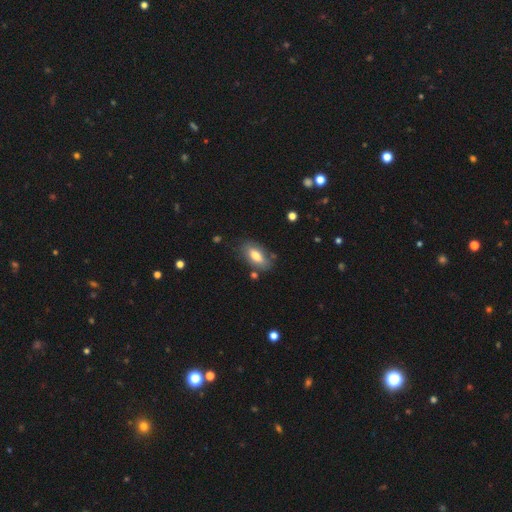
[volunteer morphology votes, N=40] Volunteers were most divided on "how rounded": in between: 74%, cigar-shaped: 23%, round: 3%. More confident: merging — none (83%); smooth or featured — smooth (78%).